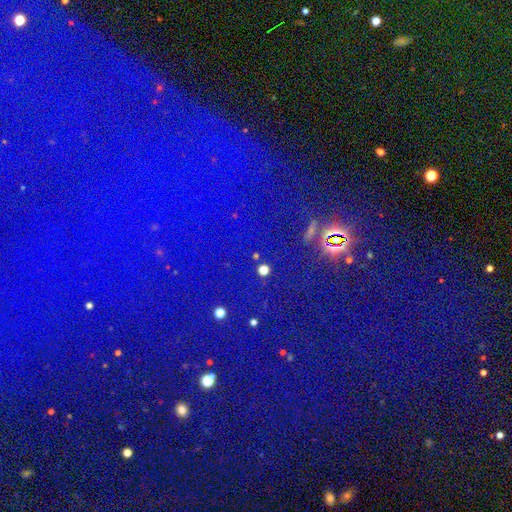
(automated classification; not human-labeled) star or artifact 83%, smooth 9%, featured or disk 7%.